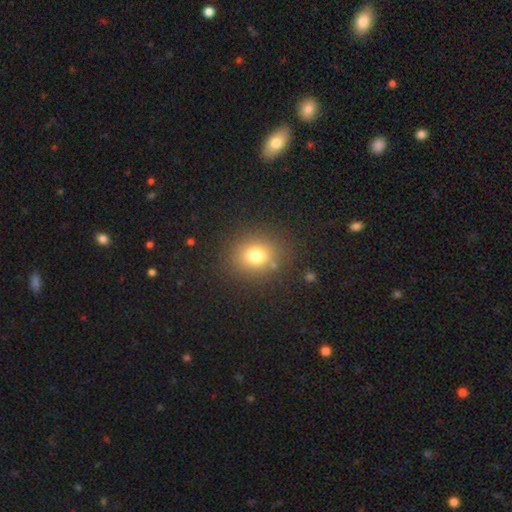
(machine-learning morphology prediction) Smooth or featured: smooth — 76% (star or artifact — 15%)
How rounded: round — 70% (in between — 29%)
Merging: none — 85% (minor disturbance — 9%)